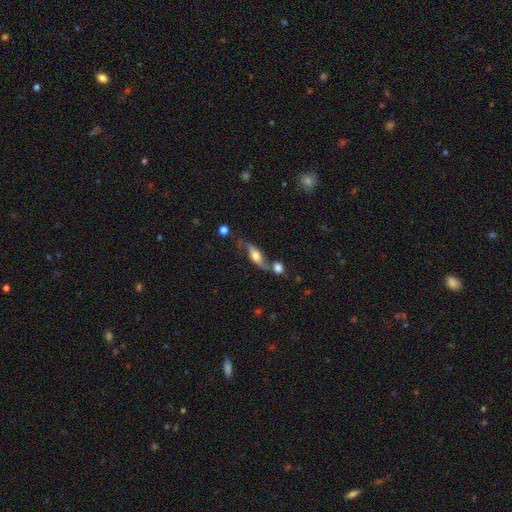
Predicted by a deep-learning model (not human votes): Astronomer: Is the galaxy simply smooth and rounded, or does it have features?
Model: featured or disk — 57% (runner-up: smooth, 36%).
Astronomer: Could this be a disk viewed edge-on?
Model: no — 67%.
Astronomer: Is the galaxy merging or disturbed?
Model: none — 47% (runner-up: merger, 25%).